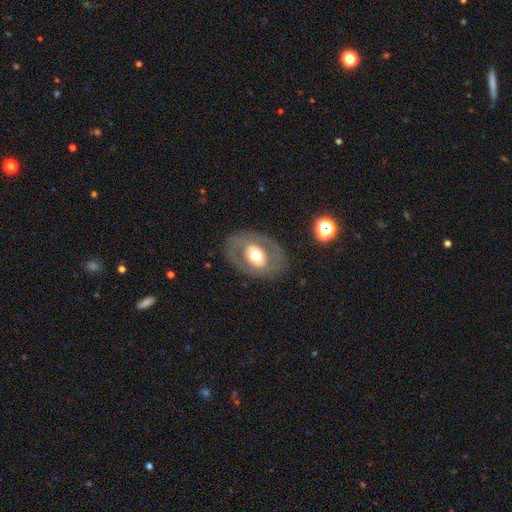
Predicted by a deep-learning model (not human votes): Overall: featured or disk (53%; smooth 40%). Edge-on disk: no (92%). Merging: none (77%).